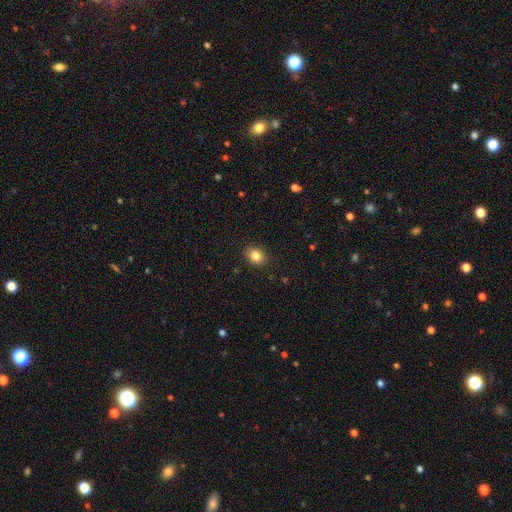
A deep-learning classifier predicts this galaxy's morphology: type=smooth (84%); roundness=in between (59%); merging=none (88%).